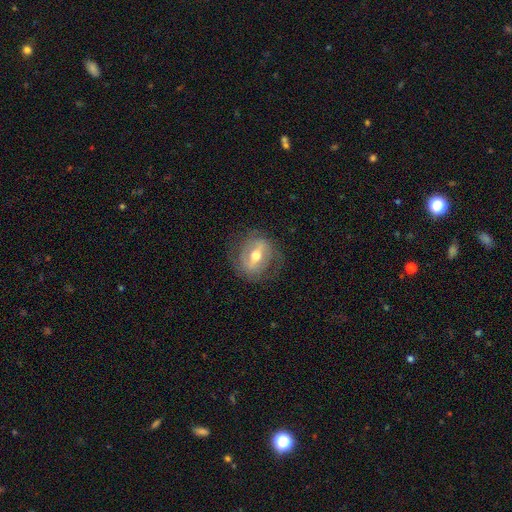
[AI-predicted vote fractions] smooth_or_featured: featured or disk (p=0.68) [alt: smooth p=0.24]
disk_edge_on: no (p=0.89) [alt: yes p=0.11]
bar: strong (p=0.53) [alt: weak p=0.33]
has_spiral_arms: yes (p=0.56) [alt: no p=0.44]
bulge_size: moderate (p=0.74) [alt: small p=0.15]
merging: none (p=0.74) [alt: minor disturbance p=0.16]